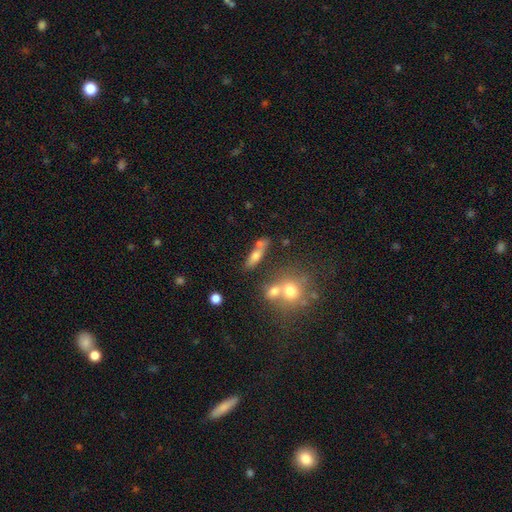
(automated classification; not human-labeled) The model was most divided on "how rounded": cigar-shaped: 46%, in between: 45%, round: 9%. More confident: smooth or featured — smooth (62%); merging — none (54%).